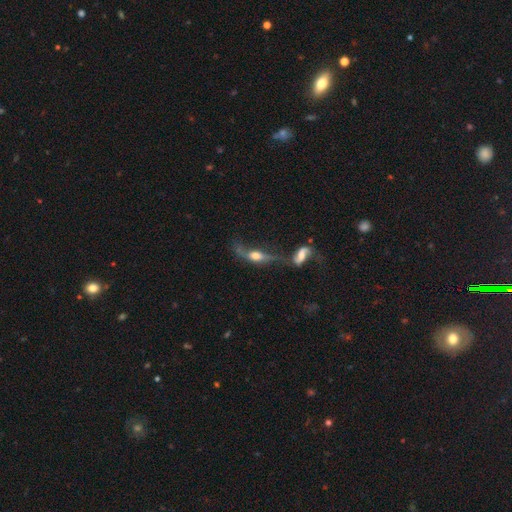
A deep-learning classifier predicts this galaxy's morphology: A featured or disk galaxy (60%) viewed edge-on (53%).

Vote fractions:
- Smooth or featured? featured or disk: 60% / smooth: 30% / star or artifact: 10%
- Edge-on disk? yes: 53% / no: 47%
- Merging? merger: 40% / none: 26% / major disturbance: 20% / minor disturbance: 14%